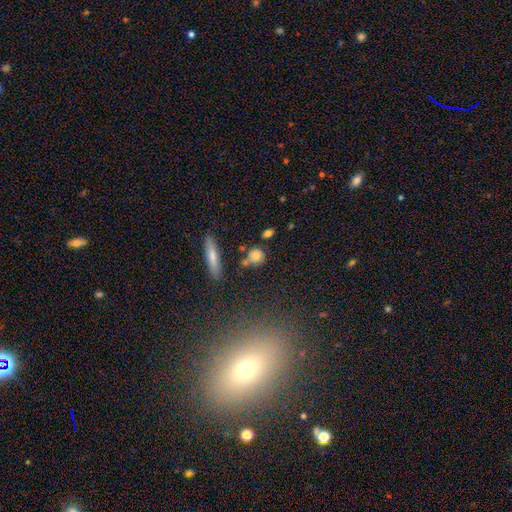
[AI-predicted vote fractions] This is likely a smooth galaxy (76%). How rounded: likely round (79%). Merging: likely none (70%).